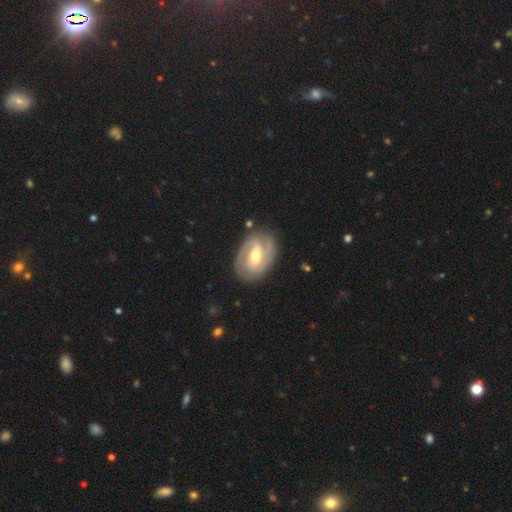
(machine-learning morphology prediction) Smooth or featured? featured or disk (87%)
Edge-on disk? no (97%)
Bar? weak (46%)
Spiral arms? yes (96%)
Spiral winding? tight (57%)
Spiral arm count? 2 (72%)
Bulge size? moderate (68%)
Merging? none (81%)